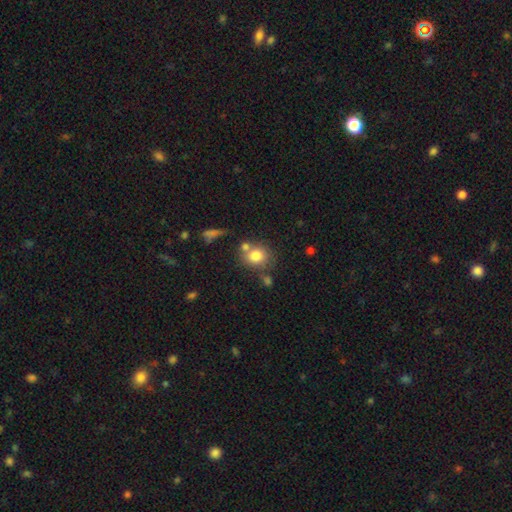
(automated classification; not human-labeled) Smooth or featured? smooth (78%)
How rounded? round (72%)
Merging? none (57%)